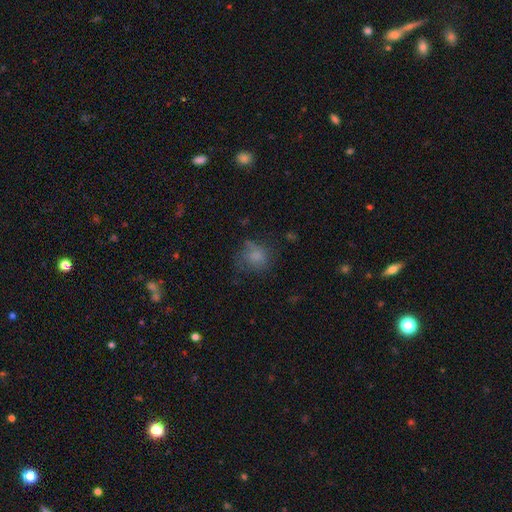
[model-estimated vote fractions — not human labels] smooth_or_featured: smooth (p=0.72) [alt: featured or disk p=0.14]
how_rounded: round (p=0.67) [alt: in between p=0.31]
merging: none (p=0.53) [alt: minor disturbance p=0.26]